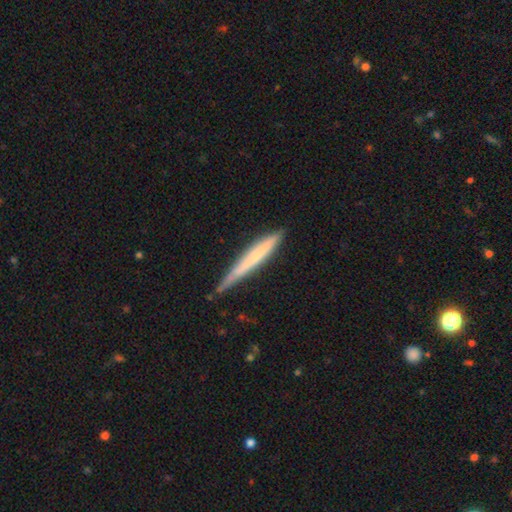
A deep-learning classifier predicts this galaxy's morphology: Smooth or featured: smooth — 53% (featured or disk — 40%)
How rounded: cigar-shaped — 96% (in between — 2%)
Merging: none — 79% (minor disturbance — 17%)